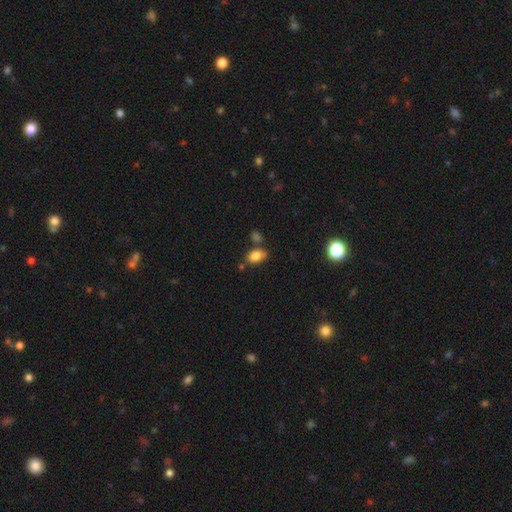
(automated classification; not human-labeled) A smooth galaxy with no disk features (82%) that is in between round and cigar-shaped (86%). Merging: none (65%).